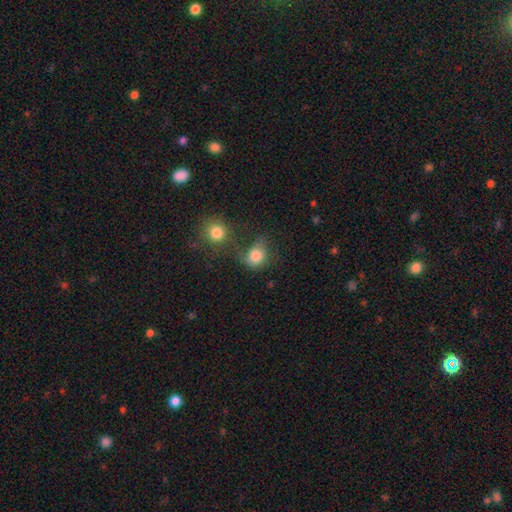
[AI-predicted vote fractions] Morphology: type=smooth (80%); roundness=round (67%); merging=none (35%).